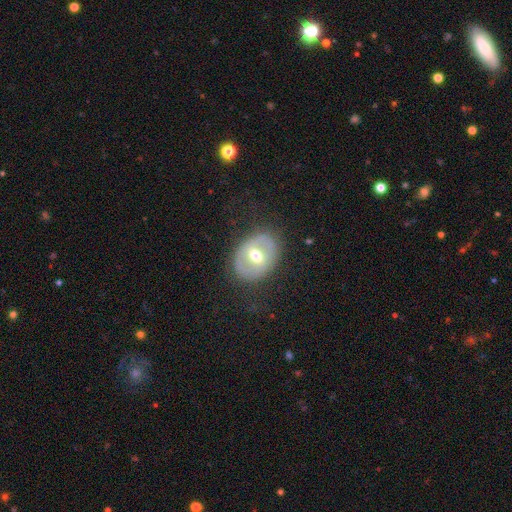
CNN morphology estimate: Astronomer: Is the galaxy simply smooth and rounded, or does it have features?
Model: featured or disk — 54% (runner-up: smooth, 39%).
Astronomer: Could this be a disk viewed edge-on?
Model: no — 92%.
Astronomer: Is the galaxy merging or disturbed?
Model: none — 79%.